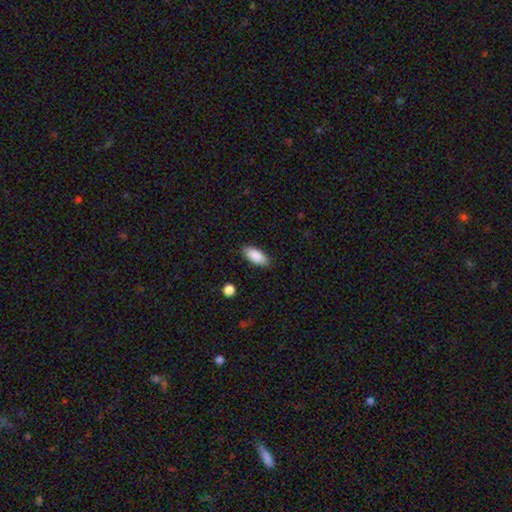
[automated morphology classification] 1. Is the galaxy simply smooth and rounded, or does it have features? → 89% smooth, 6% star or artifact, 5% featured or disk.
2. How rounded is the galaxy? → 87% in between, 11% cigar-shaped, 2% round.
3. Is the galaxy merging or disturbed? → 86% none, 10% minor disturbance, 2% major disturbance, 1% merger.